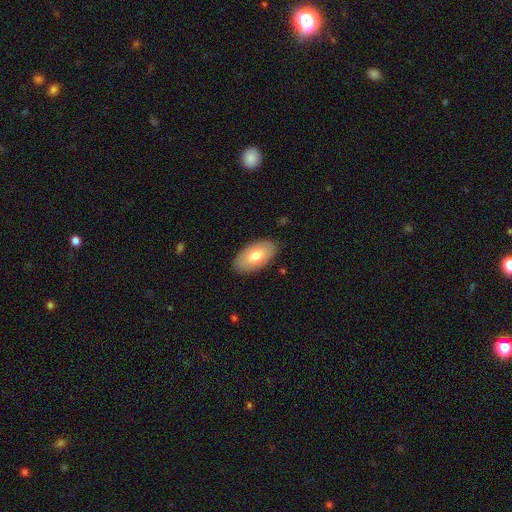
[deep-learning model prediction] This appears to be a smooth galaxy with no disk features (74%) that is in between round and cigar-shaped (95%). Merging: none (86%).